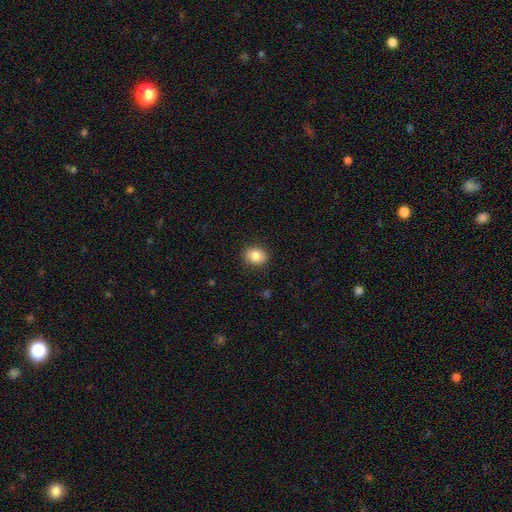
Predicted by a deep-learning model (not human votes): This appears to be a smooth galaxy with no disk features (84%) that is round (51%). Merging: none (88%).